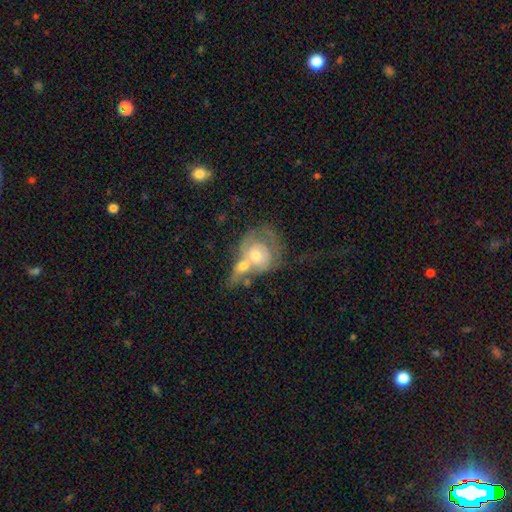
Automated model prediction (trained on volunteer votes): A featured or disk galaxy (59%) with no bar (82%), spiral arms (55%) and a moderate central bulge (64%).

Vote fractions:
- Smooth or featured? featured or disk: 59% / smooth: 35% / star or artifact: 6%
- Edge-on disk? no: 95% / yes: 5%
- Bar? no: 82% / weak: 15% / strong: 3%
- Spiral arms? yes: 55% / no: 45%
- Bulge size? moderate: 64% / small: 26% / large: 7% / none: 2% / dominant: 1%
- Merging? merger: 65% / none: 14% / major disturbance: 12% / minor disturbance: 8%